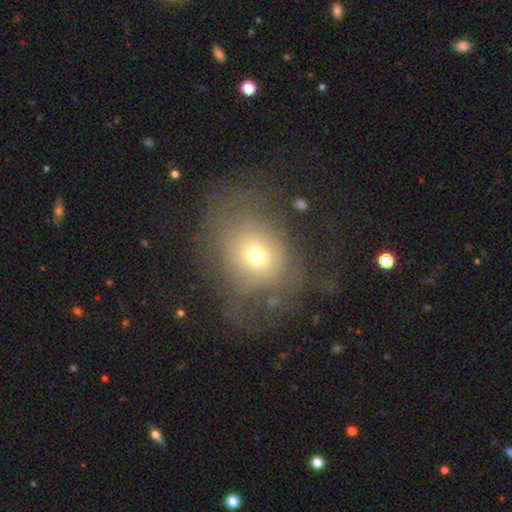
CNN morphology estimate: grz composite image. It shows a smooth galaxy with no disk features (60%) that is round (56%). Merging: none (42%).